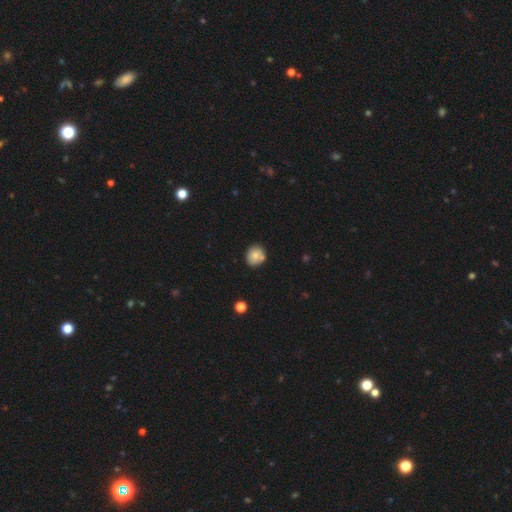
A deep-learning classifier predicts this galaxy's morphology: Smooth or featured? Predicted: smooth (p=0.78). How rounded? Predicted: round (p=0.82). Merging? Predicted: none (p=0.72).